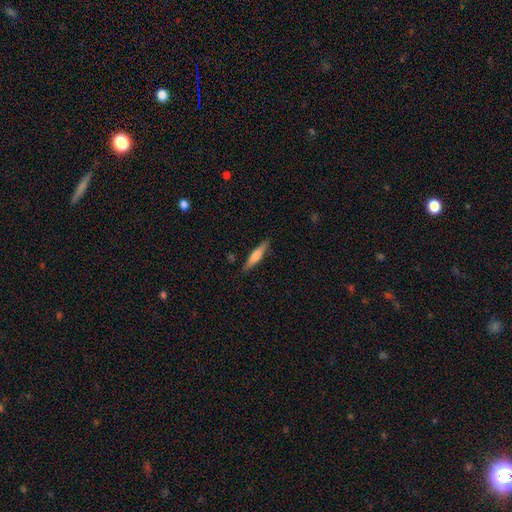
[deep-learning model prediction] Q: Smooth or featured?
A: smooth (58%); runner-up: featured or disk (36%)
Q: How rounded?
A: cigar-shaped (86%); runner-up: in between (12%)
Q: Merging?
A: none (87%); runner-up: minor disturbance (10%)